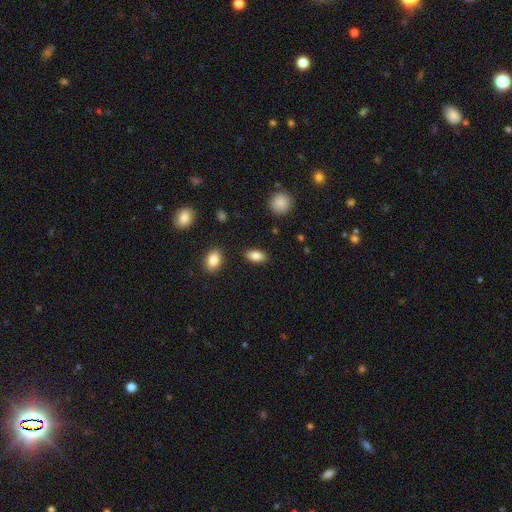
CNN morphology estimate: This is clearly a smooth galaxy (84%). How rounded: clearly in between (89%). Merging: clearly none (88%).